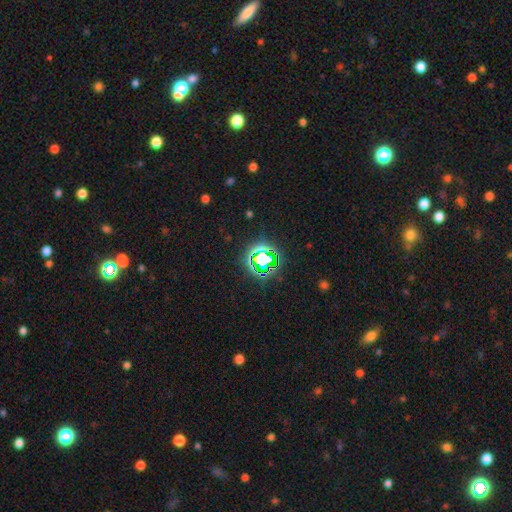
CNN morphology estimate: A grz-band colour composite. It shows a star or artifact, not a galaxy (74%).